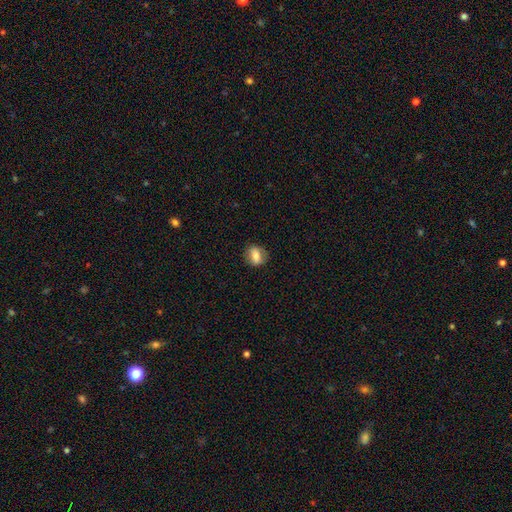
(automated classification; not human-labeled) Morphology: type=smooth (74%); roundness=in between (58%); merging=none (80%).